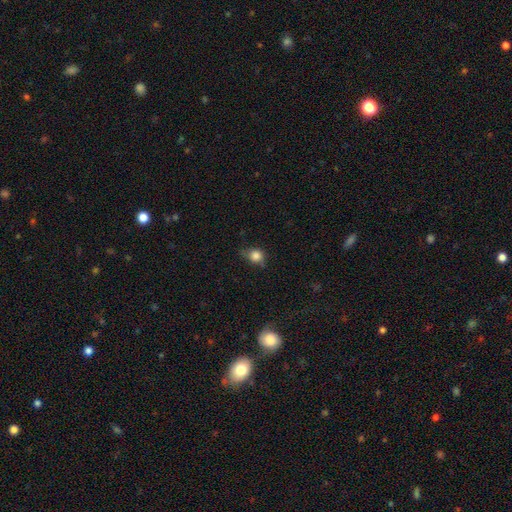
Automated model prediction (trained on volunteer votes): Smooth or featured: smooth — 80% (star or artifact — 12%)
How rounded: round — 75% (in between — 23%)
Merging: none — 59% (minor disturbance — 31%)